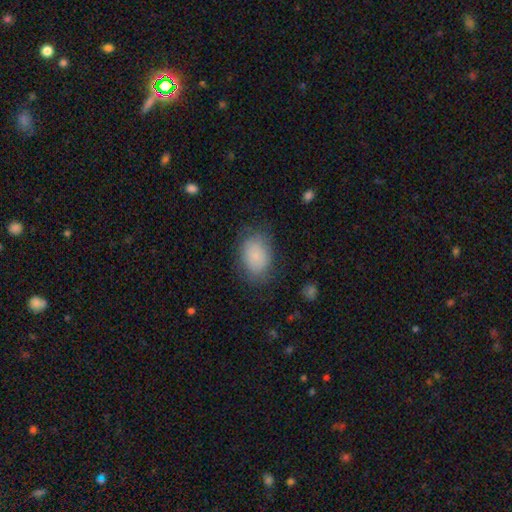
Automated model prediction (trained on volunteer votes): Morphology: type=smooth (82%); roundness=in between (79%); merging=none (72%).